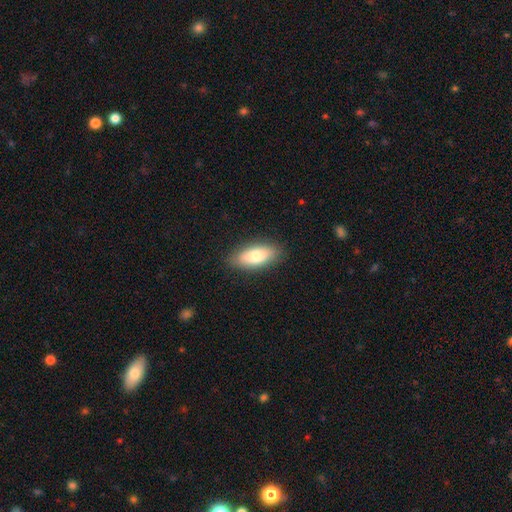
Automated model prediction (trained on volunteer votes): smooth 77%, featured or disk 16%, star or artifact 6%. Down the decision tree: how rounded — in between (80%); merging — none (87%).